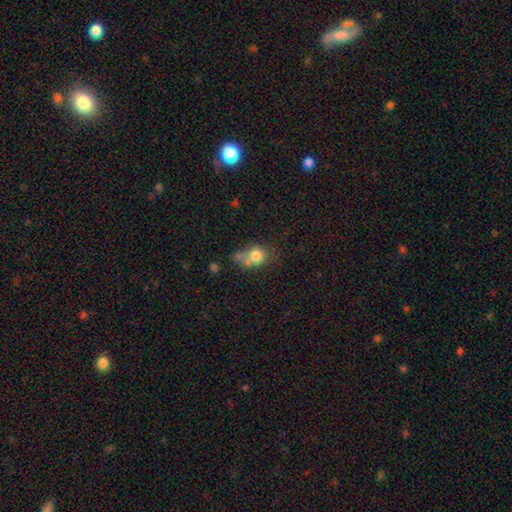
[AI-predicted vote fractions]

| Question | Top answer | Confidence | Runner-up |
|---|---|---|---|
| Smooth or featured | smooth | 75% | featured or disk (14%) |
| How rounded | round | 64% | in between (35%) |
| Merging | none | 37% | merger (32%) |